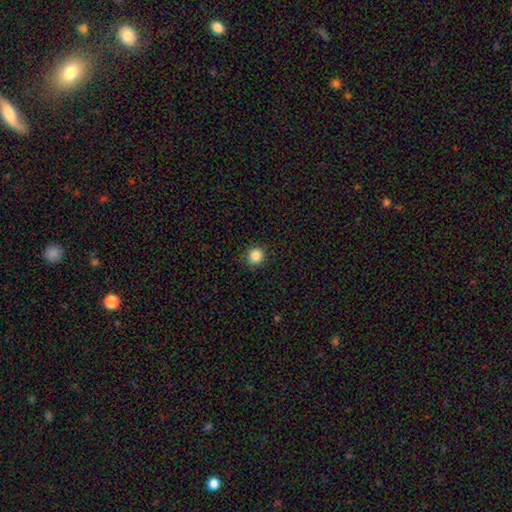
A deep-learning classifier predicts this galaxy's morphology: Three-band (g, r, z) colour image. It shows a smooth galaxy with no disk features (86%) that is round (92%). Merging: none (90%).